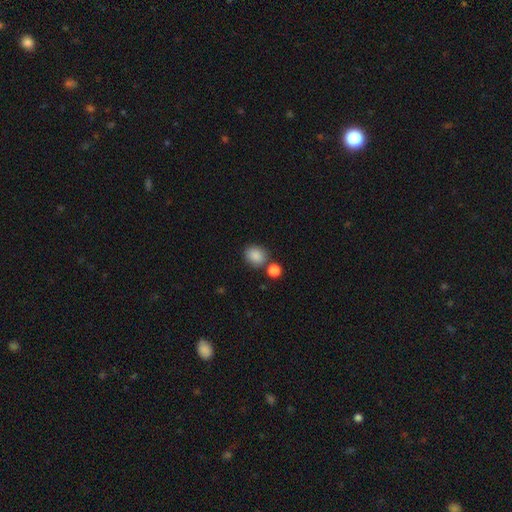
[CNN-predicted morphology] Overall: smooth (86%). How rounded: round (64%; in between 35%). Merging: none (72%).